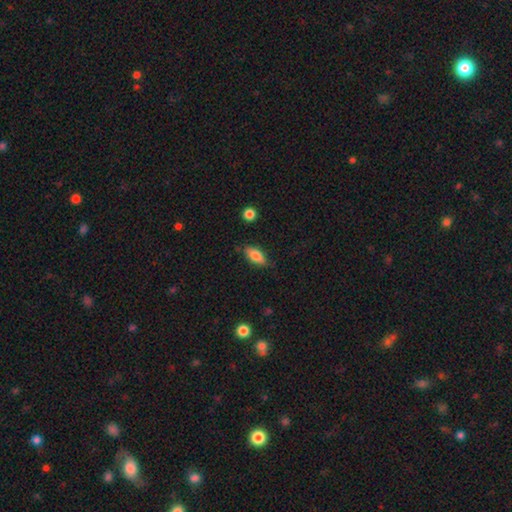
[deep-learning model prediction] A smooth galaxy with no disk features (78%) that is in between round and cigar-shaped (81%).

Vote fractions:
- Smooth or featured? smooth: 78% / featured or disk: 15% / star or artifact: 7%
- How rounded? in between: 81% / cigar-shaped: 16% / round: 3%
- Merging? none: 79% / minor disturbance: 16% / major disturbance: 3% / merger: 2%